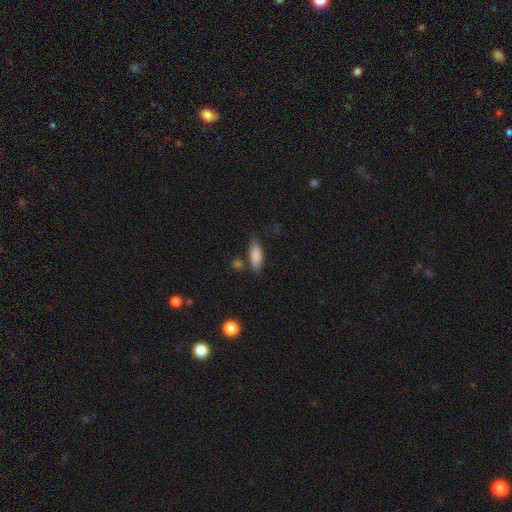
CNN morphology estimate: A smooth galaxy with no disk features (86%) that is in between round and cigar-shaped (71%). Merging: none (73%).